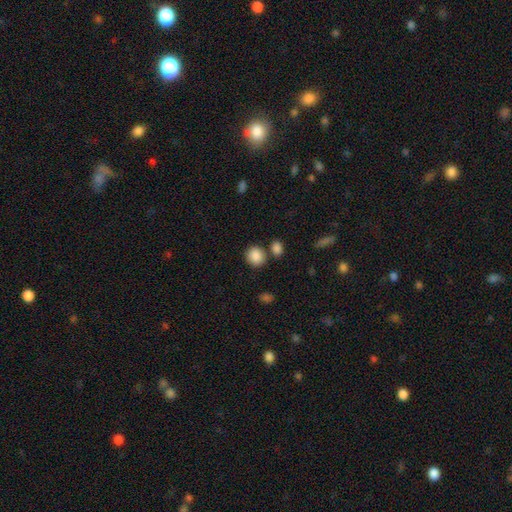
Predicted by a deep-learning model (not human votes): Q: Smooth or featured?
A: smooth (88%); runner-up: star or artifact (8%)
Q: How rounded?
A: round (76%); runner-up: in between (23%)
Q: Merging?
A: none (74%); runner-up: merger (13%)